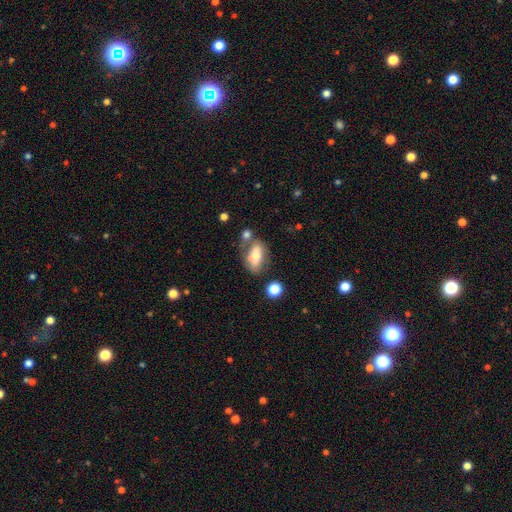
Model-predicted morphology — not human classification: type=smooth (62%); roundness=in between (84%); merging=none (52%).